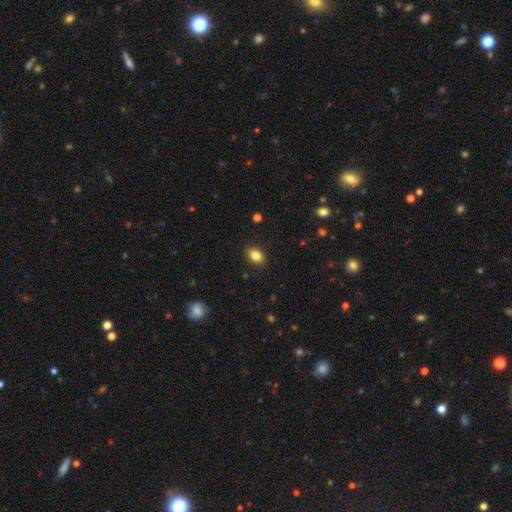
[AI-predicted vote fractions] A smooth galaxy with no disk features (84%) that is in between round and cigar-shaped (80%).

Vote fractions:
- Smooth or featured? smooth: 84% / star or artifact: 9% / featured or disk: 7%
- How rounded? in between: 80% / round: 19% / cigar-shaped: 1%
- Merging? none: 88% / minor disturbance: 8% / major disturbance: 2% / merger: 1%